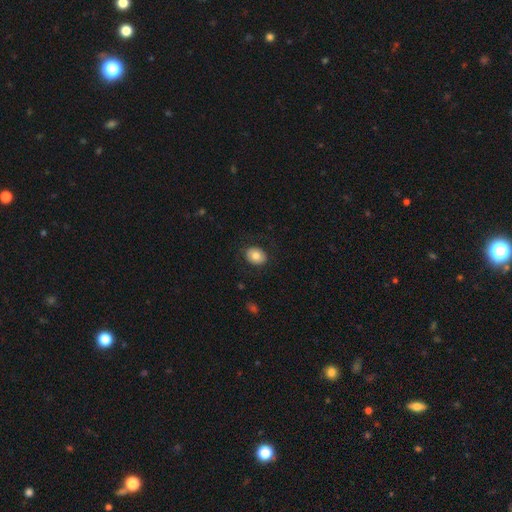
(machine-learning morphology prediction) A smooth galaxy with no disk features (78%) that is in between round and cigar-shaped (54%). Merging: none (85%).